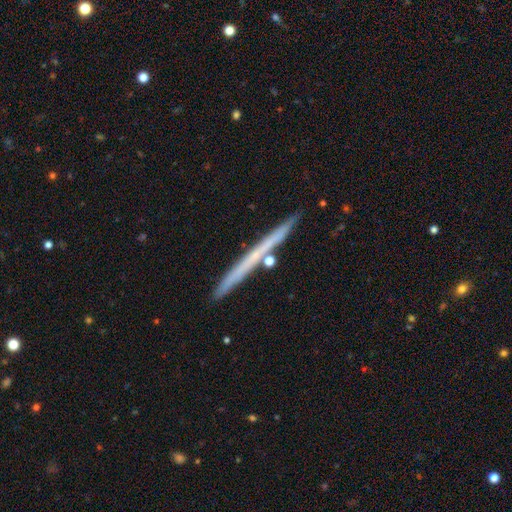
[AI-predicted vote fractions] Smooth or featured: featured or disk — 53% (smooth — 40%)
Edge-on disk: yes — 97% (no — 3%)
Edge-on bulge: none — 88% (rounded — 10%)
Merging: none — 87% (minor disturbance — 7%)